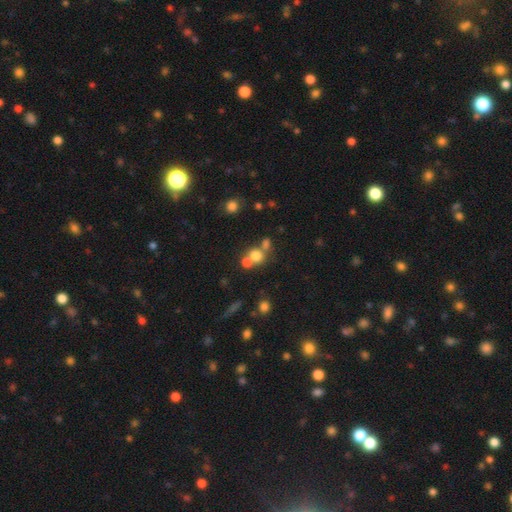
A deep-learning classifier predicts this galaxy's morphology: Overall: smooth (71%). How rounded: round (81%). Merging: merger (46%; none 42%).